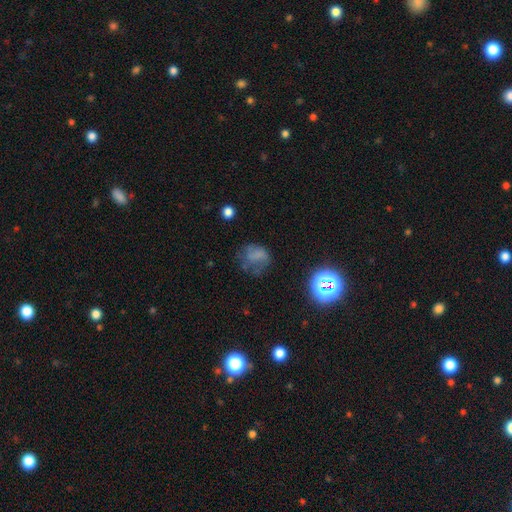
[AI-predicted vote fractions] Morphology: type=smooth (55%); roundness=round (58%); merging=none (44%).